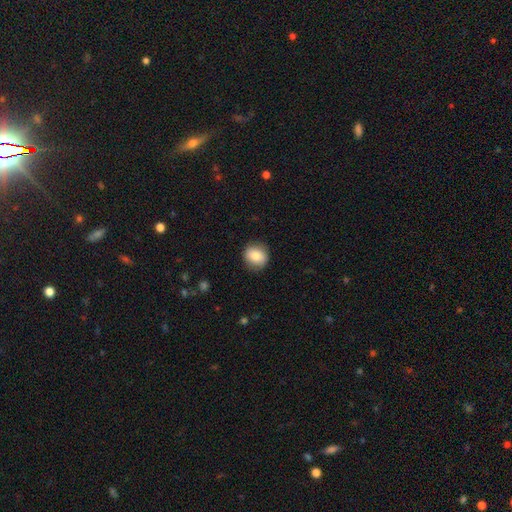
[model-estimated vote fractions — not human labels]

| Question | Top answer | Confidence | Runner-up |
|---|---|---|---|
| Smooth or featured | smooth | 79% | featured or disk (13%) |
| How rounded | round | 80% | in between (19%) |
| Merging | none | 86% | minor disturbance (10%) |